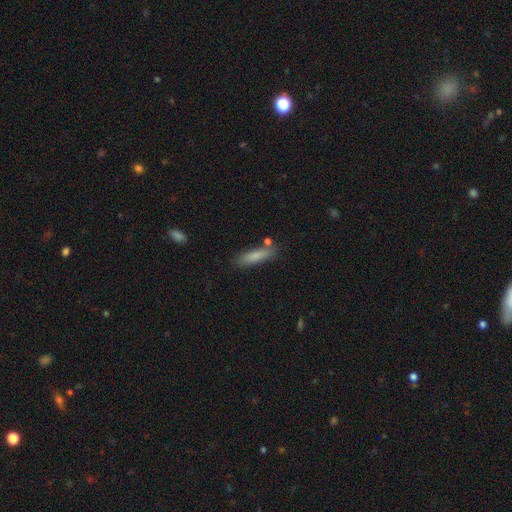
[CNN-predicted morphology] A smooth galaxy with no disk features (81%) that is cigar-shaped (71%). Merging: none (78%).